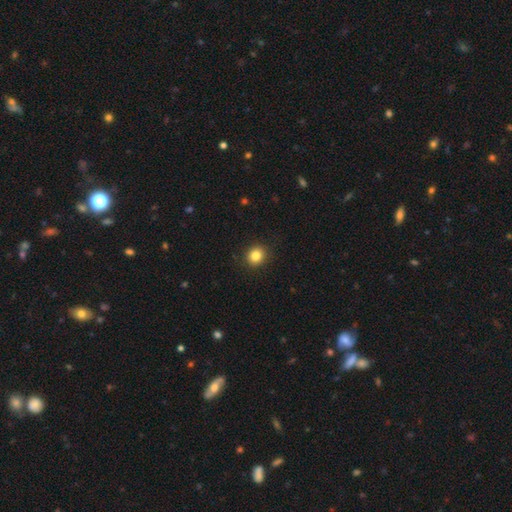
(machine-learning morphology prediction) This appears to be a smooth galaxy with no disk features (85%) that is round (84%). Merging: none (91%).